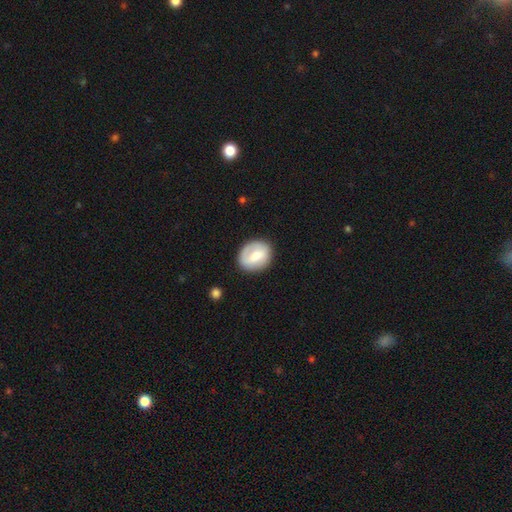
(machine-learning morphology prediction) This appears to be a smooth galaxy with no disk features (60%) that is round (58%). Merging: none (78%).